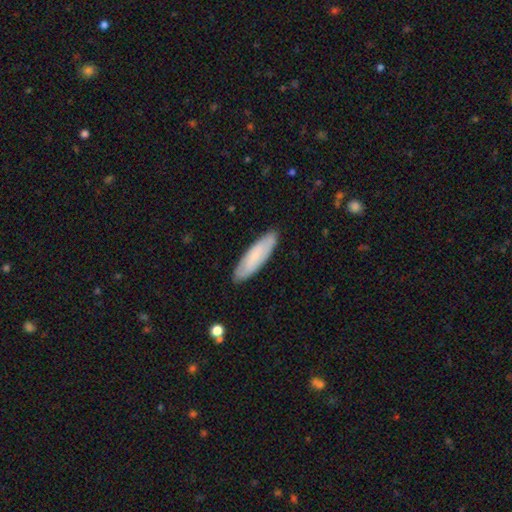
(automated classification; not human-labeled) smooth-or-featured: smooth: 70% | featured or disk: 24% | star or artifact: 6%
  how-rounded: cigar-shaped: 60% | in between: 39% | round: 1%
  merging: none: 87% | minor disturbance: 10% | major disturbance: 2% | merger: 1%